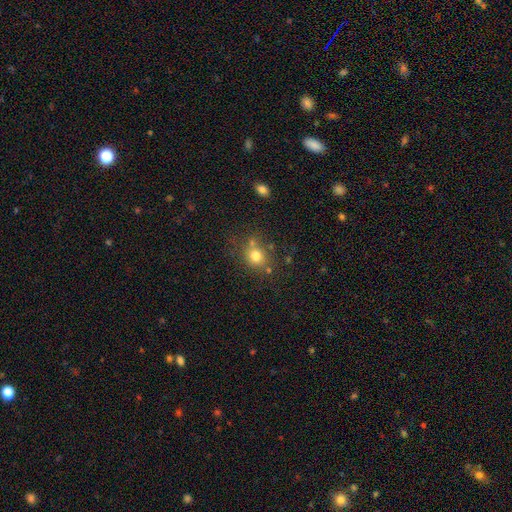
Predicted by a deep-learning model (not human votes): Q: Smooth or featured?
A: smooth (76%); runner-up: star or artifact (14%)
Q: How rounded?
A: round (76%); runner-up: in between (23%)
Q: Merging?
A: none (65%); runner-up: merger (16%)